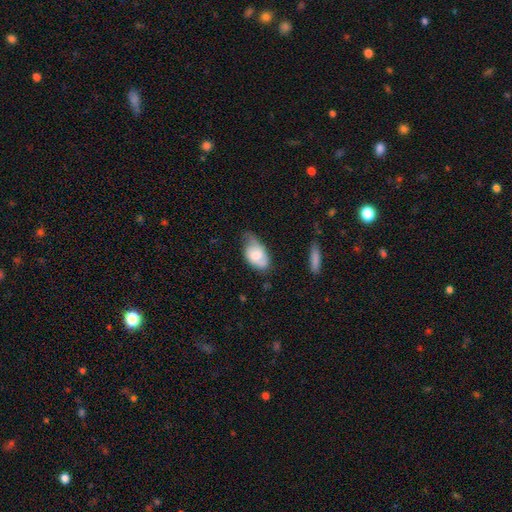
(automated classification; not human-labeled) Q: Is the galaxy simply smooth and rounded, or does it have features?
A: smooth — 64%.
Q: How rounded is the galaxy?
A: in between — 91%.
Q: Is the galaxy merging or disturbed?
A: minor disturbance — 44%.